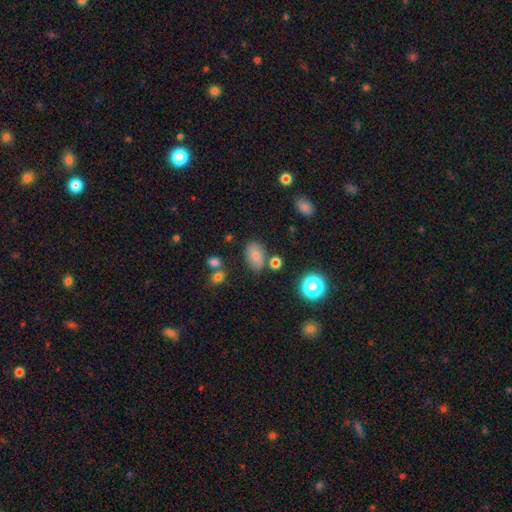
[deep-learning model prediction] This appears to be a smooth galaxy with no disk features (73%) that is in between round and cigar-shaped (83%). Merging: none (74%).